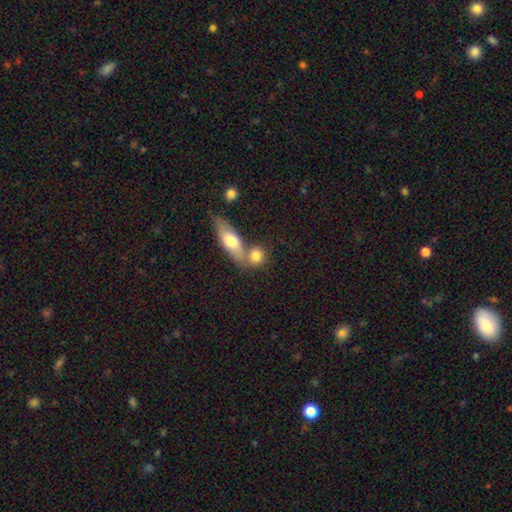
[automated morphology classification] This appears to be a smooth galaxy with no disk features (78%) that is round (58%). Merging: none (50%).